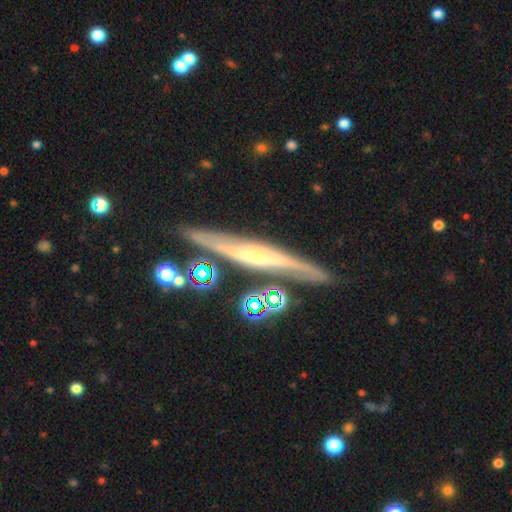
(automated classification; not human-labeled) Smooth or featured? Predicted: featured or disk (p=0.73). Edge-on disk? Predicted: yes (p=0.88). Edge-on bulge? Predicted: rounded (p=0.51). Merging? Predicted: none (p=0.80).